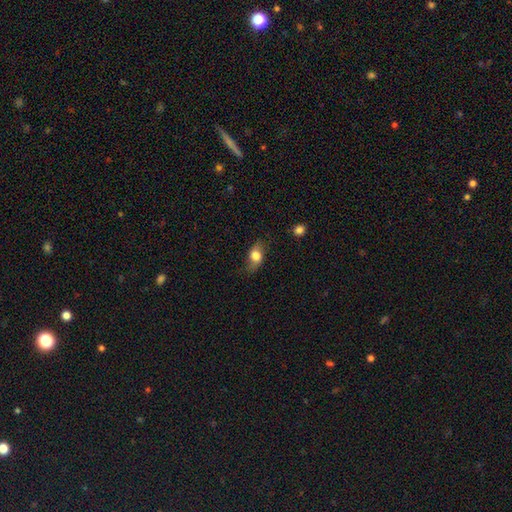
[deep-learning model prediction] Smooth or featured?
  - smooth: 72% *
  - featured or disk: 20%
  - star or artifact: 8%
How rounded?
  - in between: 76% *
  - round: 18%
  - cigar-shaped: 5%
Merging?
  - none: 70% *
  - minor disturbance: 22%
  - major disturbance: 7%
  - merger: 1%